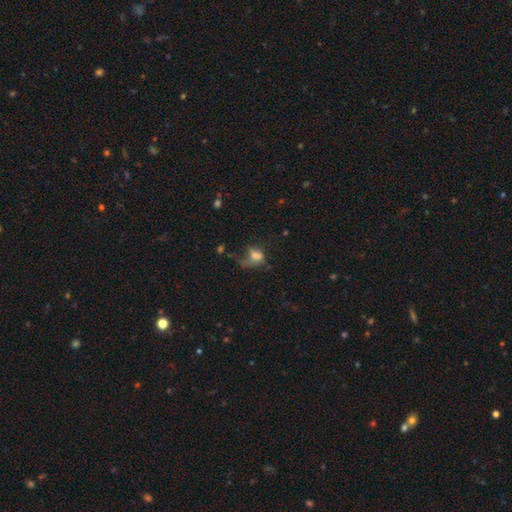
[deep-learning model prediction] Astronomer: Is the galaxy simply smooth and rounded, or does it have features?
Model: smooth — 61%.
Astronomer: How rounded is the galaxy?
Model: in between — 77%.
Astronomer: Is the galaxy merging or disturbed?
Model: major disturbance — 52%.